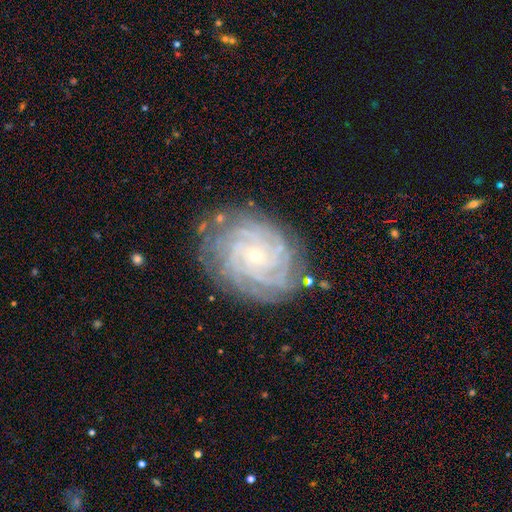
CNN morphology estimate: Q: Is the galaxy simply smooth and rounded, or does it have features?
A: featured or disk — 88%.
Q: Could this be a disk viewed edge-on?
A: no — 97%.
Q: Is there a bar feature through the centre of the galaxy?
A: no — 76%.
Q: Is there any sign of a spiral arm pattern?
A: yes — 98%.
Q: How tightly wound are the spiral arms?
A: tight — 83%.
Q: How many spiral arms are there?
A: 4 — 28%.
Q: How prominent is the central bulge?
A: small — 82%.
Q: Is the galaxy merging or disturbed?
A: none — 81%.